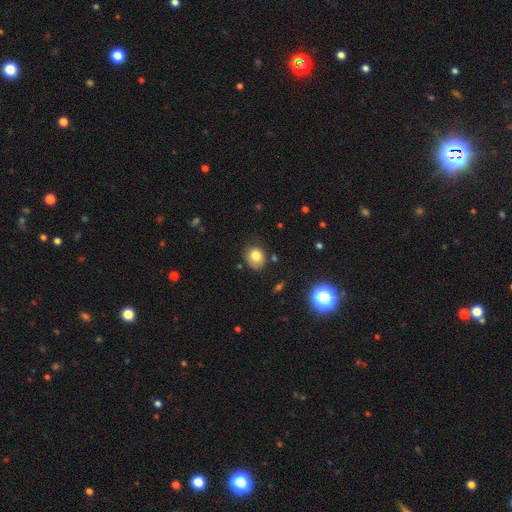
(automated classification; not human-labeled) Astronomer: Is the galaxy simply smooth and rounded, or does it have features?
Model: smooth — 78%.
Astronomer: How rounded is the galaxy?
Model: round — 65%.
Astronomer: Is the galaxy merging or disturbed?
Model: none — 72%.